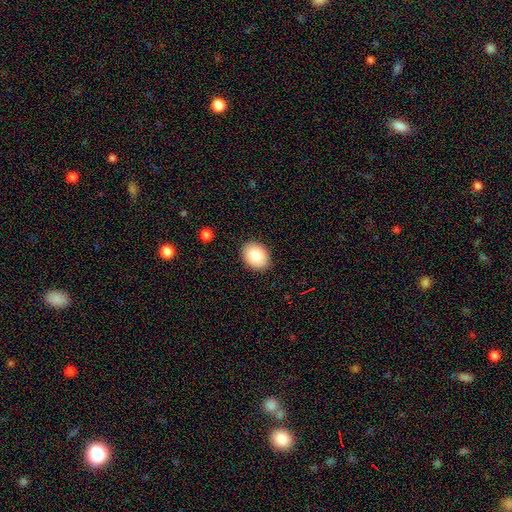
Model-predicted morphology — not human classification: smooth_or_featured: smooth (p=0.84) [alt: featured or disk p=0.08]
how_rounded: in between (p=0.61) [alt: round p=0.39]
merging: none (p=0.89) [alt: minor disturbance p=0.08]